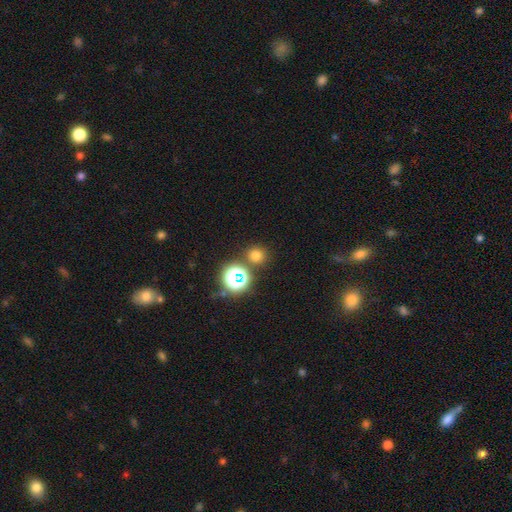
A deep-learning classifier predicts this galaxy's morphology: Smooth or featured? smooth (71%)
How rounded? round (91%)
Merging? none (81%)